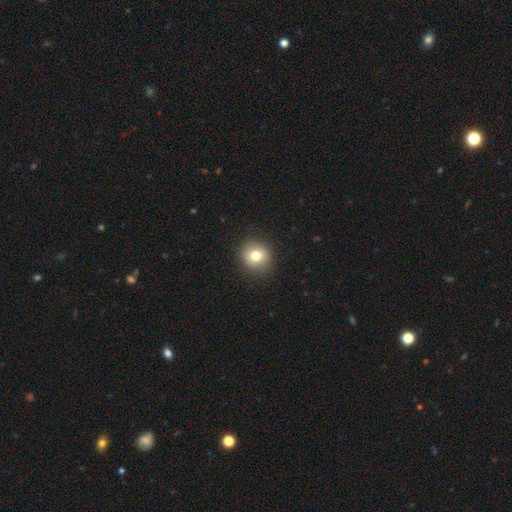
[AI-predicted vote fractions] Overall: smooth (80%). How rounded: round (86%). Merging: none (90%).